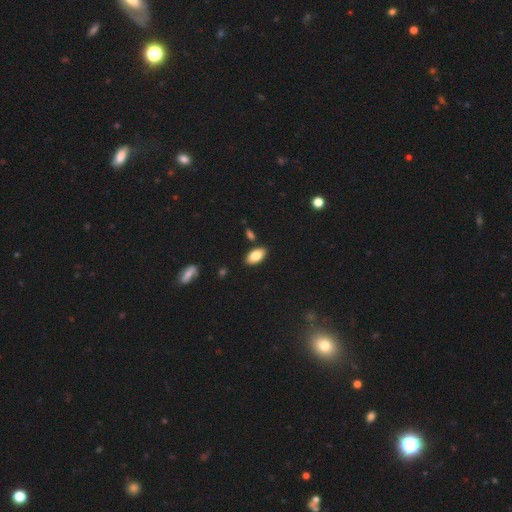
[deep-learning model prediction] Morphology: type=smooth (82%); roundness=in between (94%); merging=none (86%).